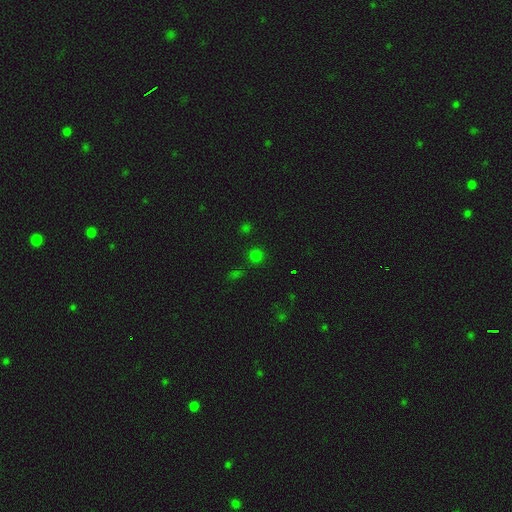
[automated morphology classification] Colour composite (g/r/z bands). It shows a smooth galaxy with no disk features (69%) that is round (92%). Merging: none (84%).